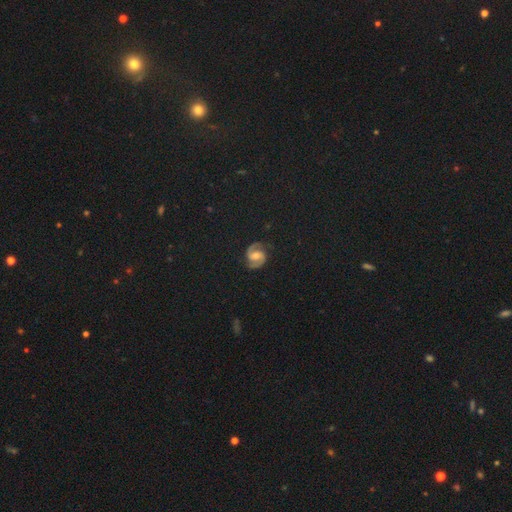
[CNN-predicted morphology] This appears to be a featured or disk galaxy (84%) with a weak bar (44%), 2 (95%) medium (59%) spiral arms (98%) and a moderate central bulge (65%). Merging: none (86%).